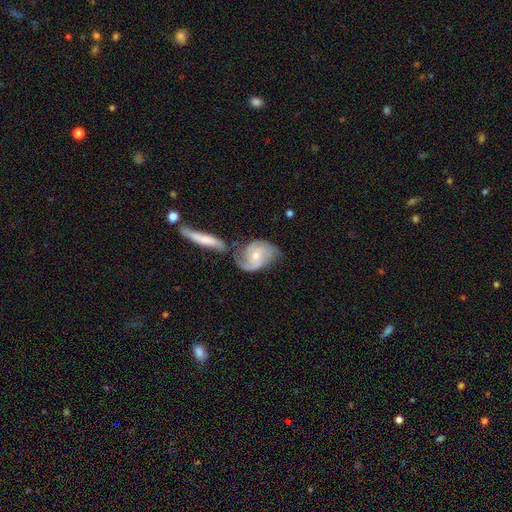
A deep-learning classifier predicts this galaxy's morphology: This is clearly a featured or disk galaxy (84%). It is clearly not viewed edge-on (96%). Bar: possibly no (60%). Spiral arm pattern: clearly yes (97%). Spiral arm count: possibly 2 (54%). Spiral winding: possibly medium (47%). Central bulge: possibly small (54%). Merging: possibly none (51%).